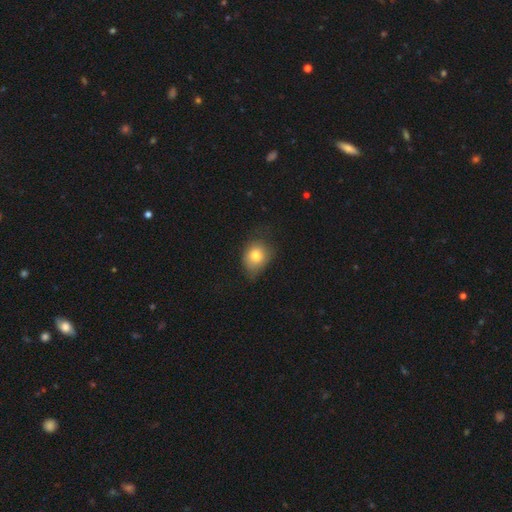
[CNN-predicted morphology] A smooth galaxy with no disk features (78%) that is round (53%). Merging: none (57%).